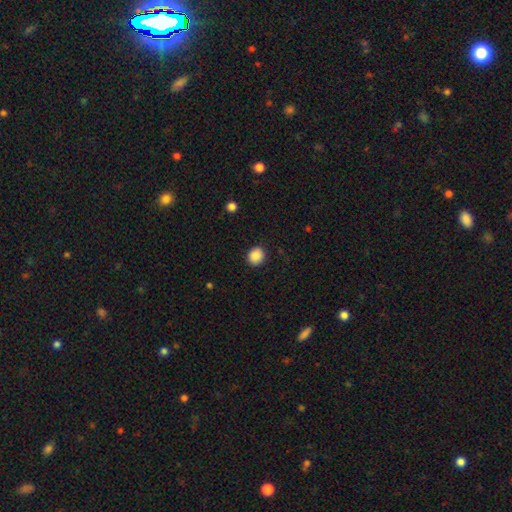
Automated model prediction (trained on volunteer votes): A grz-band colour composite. It shows a smooth galaxy with no disk features (88%) that is round (77%). Merging: none (90%).